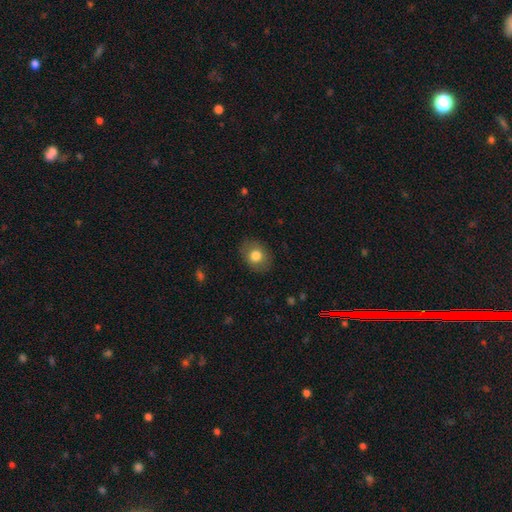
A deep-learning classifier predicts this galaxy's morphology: Smooth or featured? Predicted: smooth (p=0.78). How rounded? Predicted: in between (p=0.55). Merging? Predicted: none (p=0.85).